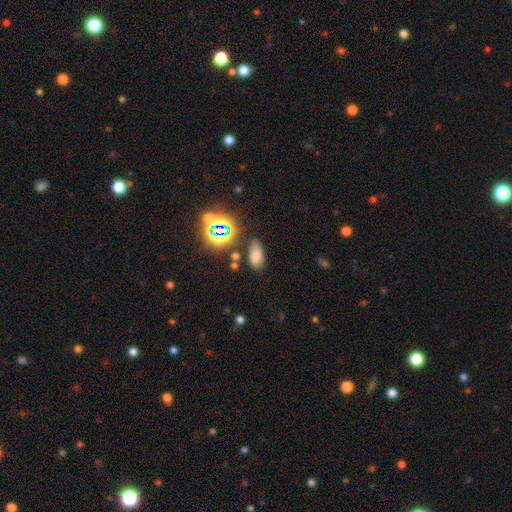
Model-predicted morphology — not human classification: Smooth or featured: smooth — 65% (star or artifact — 25%)
How rounded: in between — 87% (cigar-shaped — 7%)
Merging: none — 74% (minor disturbance — 15%)